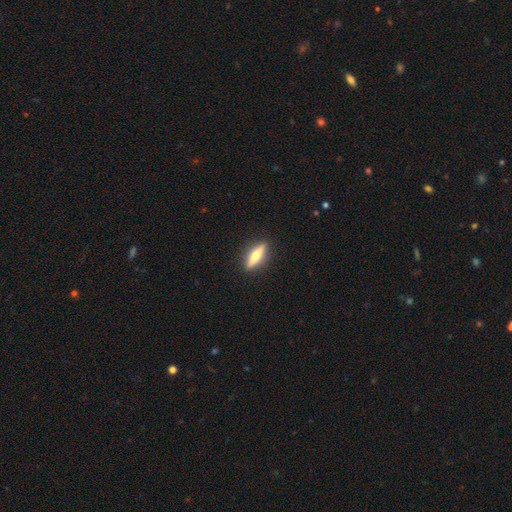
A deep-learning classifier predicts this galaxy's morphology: Smooth or featured?
  - featured or disk: 53% *
  - smooth: 41%
  - star or artifact: 6%
Edge-on disk?
  - yes: 94% *
  - no: 6%
Edge-on bulge?
  - rounded: 87% *
  - none: 7%
  - boxy: 6%
Merging?
  - none: 91% *
  - minor disturbance: 6%
  - major disturbance: 2%
  - merger: 1%